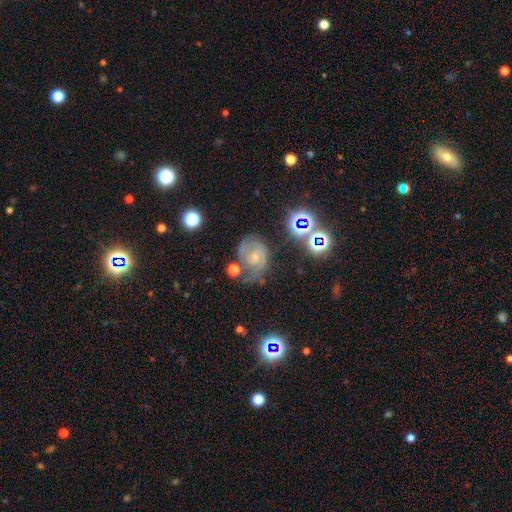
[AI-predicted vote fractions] The model was most divided on "spiral winding": tight: 52%, medium: 38%, loose: 10%. More confident: edge-on disk — no (97%); spiral arms — yes (91%); smooth or featured — featured or disk (72%); bulge size — small (62%); bar — no (57%); spiral arm count — 2 (53%); merging — none (52%).